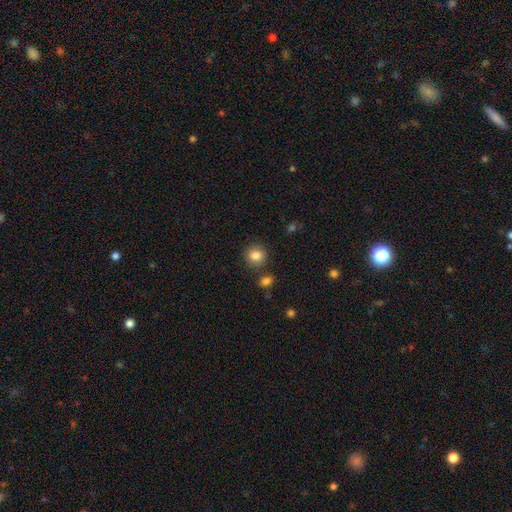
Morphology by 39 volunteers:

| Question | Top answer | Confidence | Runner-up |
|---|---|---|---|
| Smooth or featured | smooth | 85% | star or artifact (10%) |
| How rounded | round | 94% | in between (6%) |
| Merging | none | 94% | minor disturbance (3%) |